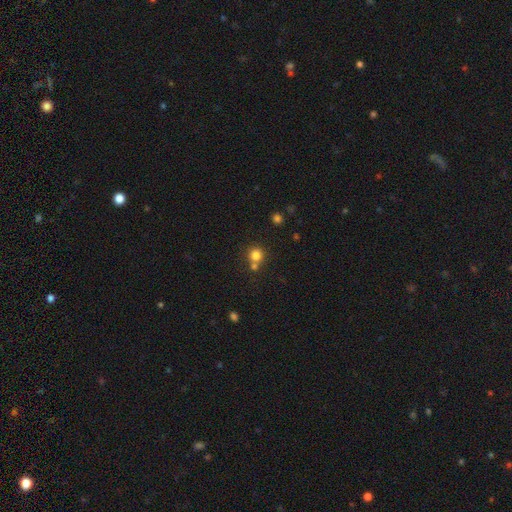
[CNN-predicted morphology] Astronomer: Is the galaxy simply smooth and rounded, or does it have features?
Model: smooth — 79%.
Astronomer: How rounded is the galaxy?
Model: round — 92%.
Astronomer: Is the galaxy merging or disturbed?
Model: none — 63%.